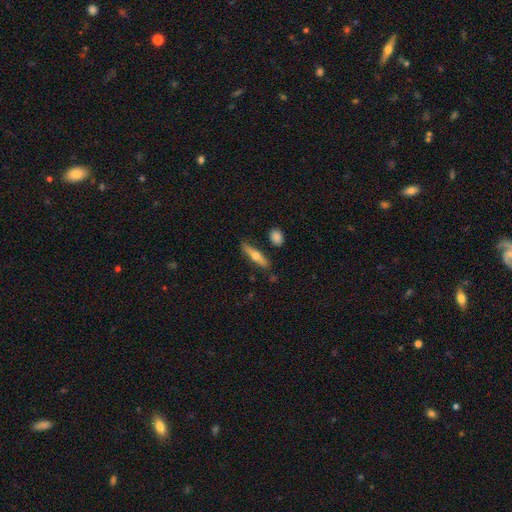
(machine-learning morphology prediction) This is possibly a smooth galaxy (47%, tied with featured or disk). Merging: clearly none (81%).